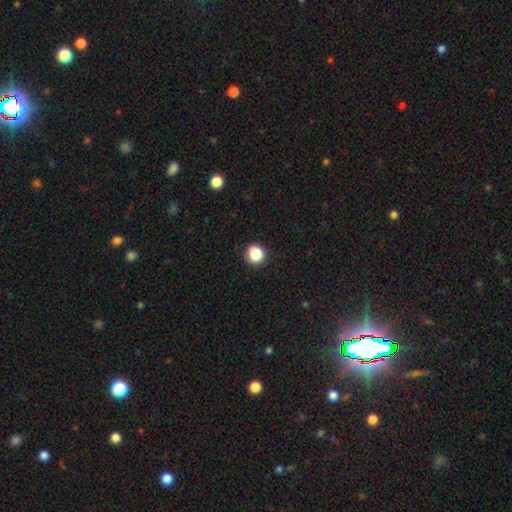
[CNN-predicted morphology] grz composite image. It shows a smooth galaxy with no disk features (85%) that is round (81%). Merging: none (88%).